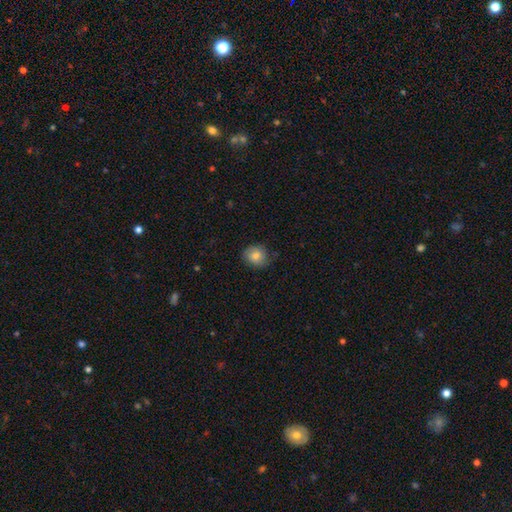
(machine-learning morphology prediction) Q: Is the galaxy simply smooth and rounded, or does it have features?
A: smooth — 80%.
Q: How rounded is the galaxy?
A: round — 72%.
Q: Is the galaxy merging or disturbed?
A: none — 74%.